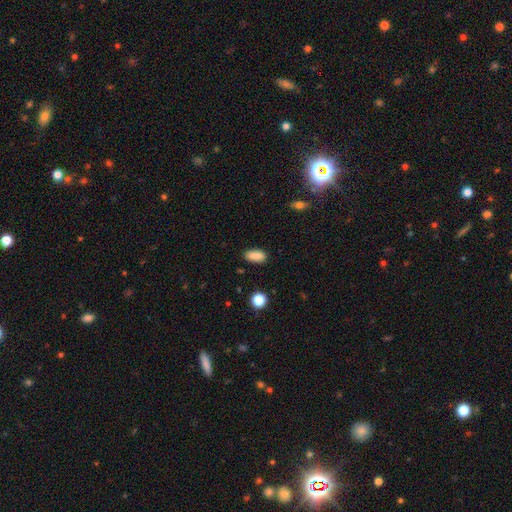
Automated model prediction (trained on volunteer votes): This appears to be a smooth galaxy with no disk features (86%) that is in between round and cigar-shaped (84%). Merging: none (86%).